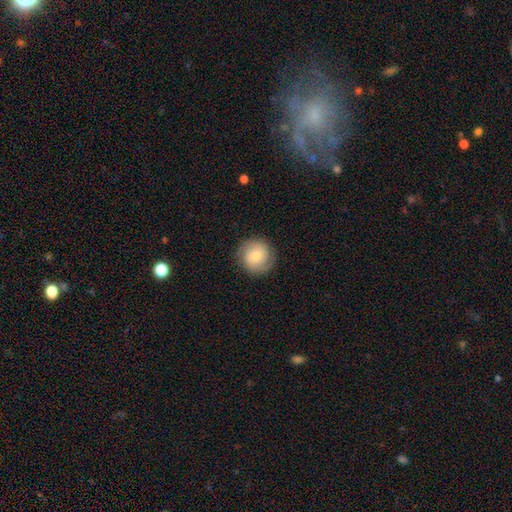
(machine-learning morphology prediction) Smooth or featured? smooth (56%)
How rounded? round (92%)
Merging? none (85%)